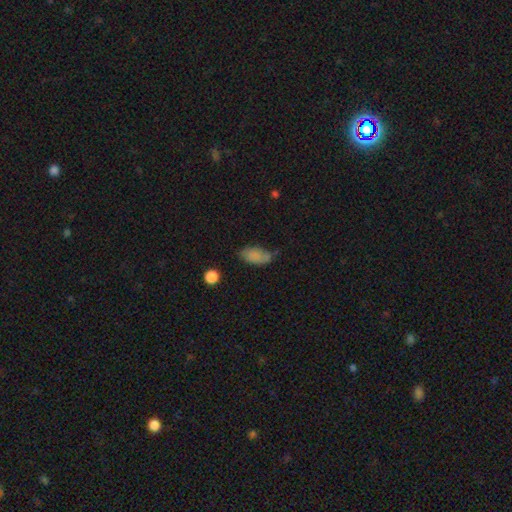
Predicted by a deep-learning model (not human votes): A smooth galaxy with no disk features (82%) that is in between round and cigar-shaped (92%).

Vote fractions:
- Smooth or featured? smooth: 82% / star or artifact: 10% / featured or disk: 8%
- How rounded? in between: 92% / cigar-shaped: 5% / round: 3%
- Merging? none: 56% / minor disturbance: 30% / major disturbance: 8% / merger: 5%